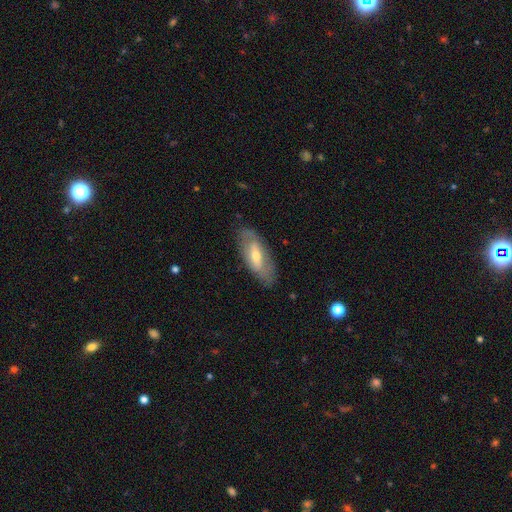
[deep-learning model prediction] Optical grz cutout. It shows a featured or disk galaxy (54%). Merging: none (80%).